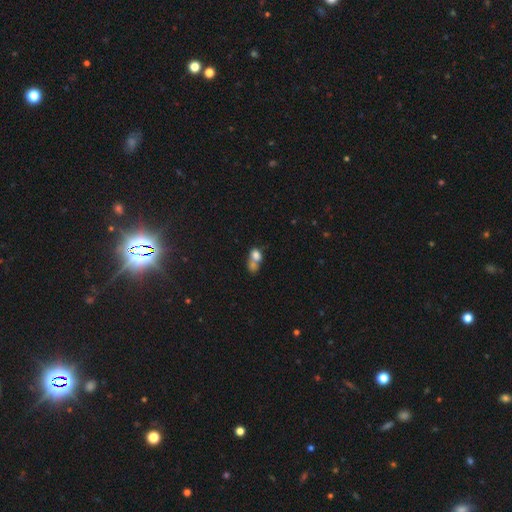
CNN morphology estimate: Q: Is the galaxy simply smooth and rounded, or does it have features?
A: smooth — 75%.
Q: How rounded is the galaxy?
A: in between — 58%.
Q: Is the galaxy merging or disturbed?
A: merger — 67%.